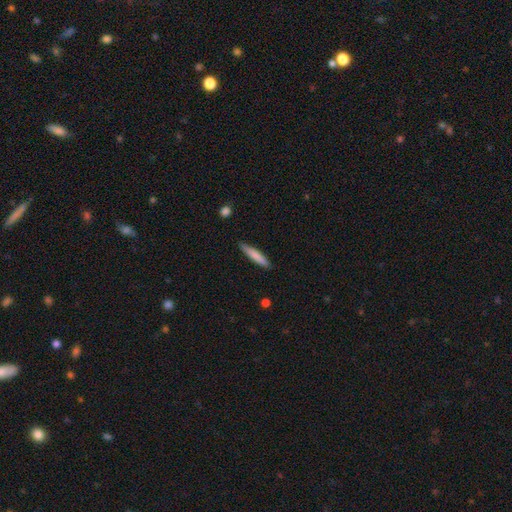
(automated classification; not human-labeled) Smooth or featured? Predicted: smooth (p=0.78). How rounded? Predicted: cigar-shaped (p=0.91). Merging? Predicted: none (p=0.84).